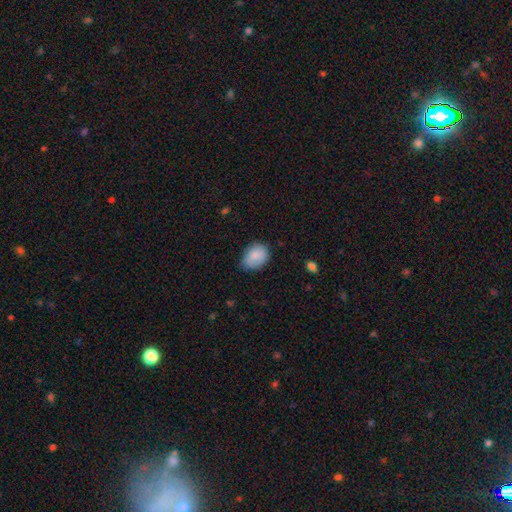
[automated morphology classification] Smooth or featured: smooth — 84% (featured or disk — 9%)
How rounded: in between — 70% (round — 29%)
Merging: none — 64% (minor disturbance — 29%)